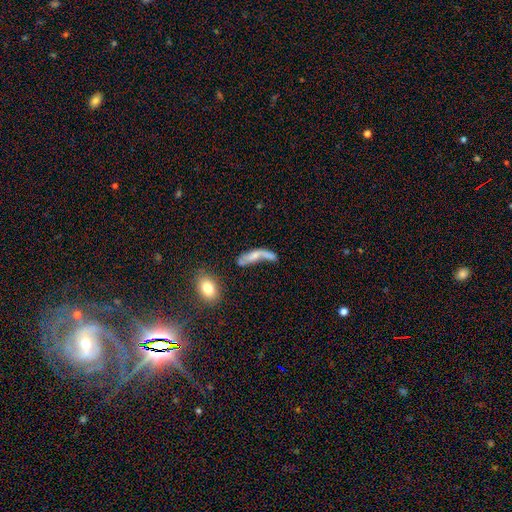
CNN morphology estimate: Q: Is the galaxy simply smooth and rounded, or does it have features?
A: featured or disk — 47%.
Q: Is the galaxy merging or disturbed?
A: major disturbance — 33%.